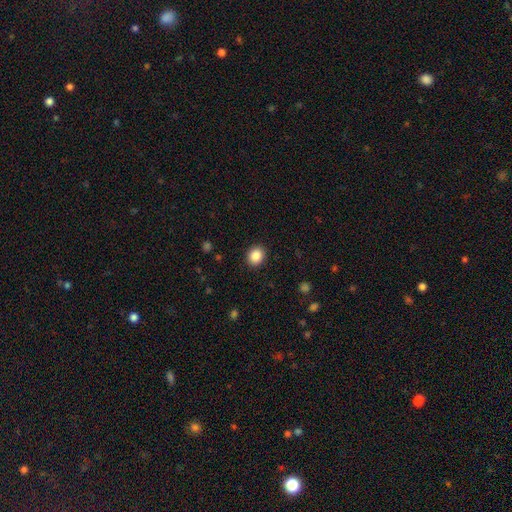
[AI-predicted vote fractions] Smooth or featured?
  - smooth: 87% *
  - star or artifact: 9%
  - featured or disk: 4%
How rounded?
  - round: 70% *
  - in between: 29%
  - cigar-shaped: 1%
Merging?
  - none: 91% *
  - minor disturbance: 6%
  - major disturbance: 2%
  - merger: 1%